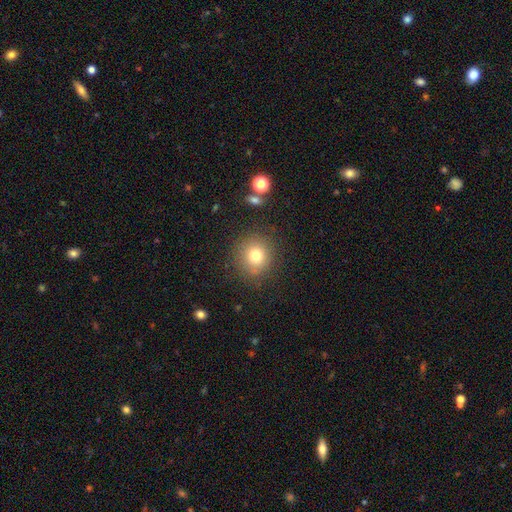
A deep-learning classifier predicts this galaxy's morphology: This appears to be a smooth galaxy with no disk features (76%) that is round (88%). Merging: none (85%).